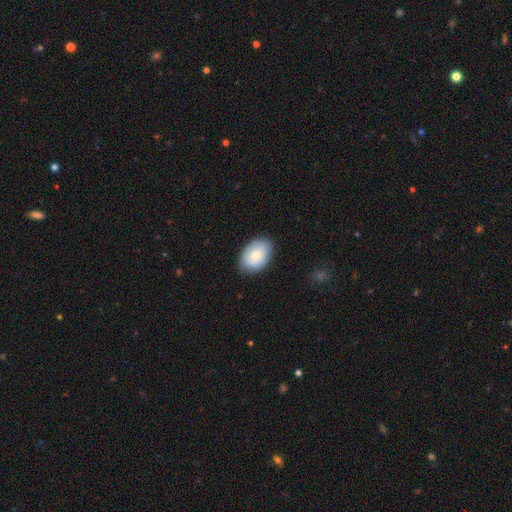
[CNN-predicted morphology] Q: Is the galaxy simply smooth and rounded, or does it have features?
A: smooth — 75%.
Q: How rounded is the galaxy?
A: in between — 85%.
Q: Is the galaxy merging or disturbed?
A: none — 81%.